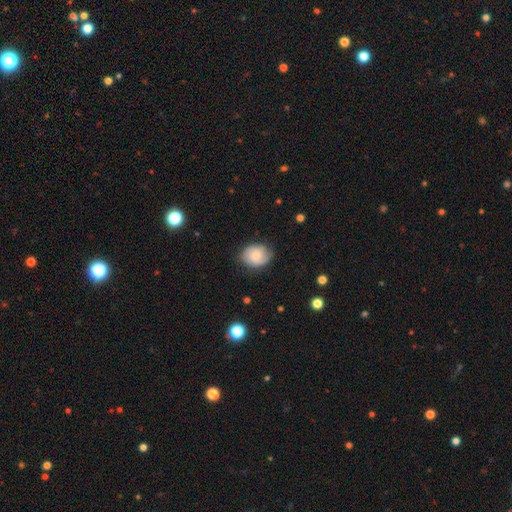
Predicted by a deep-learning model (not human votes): smooth_or_featured: smooth (p=0.52) [alt: featured or disk p=0.40]
how_rounded: round (p=0.51) [alt: in between p=0.48]
merging: none (p=0.71) [alt: minor disturbance p=0.22]